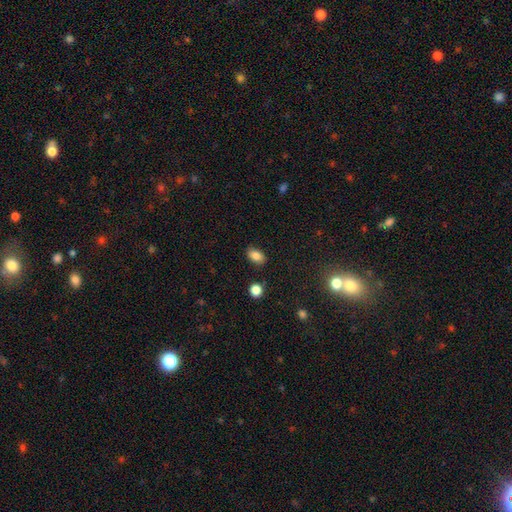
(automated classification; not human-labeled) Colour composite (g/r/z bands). It shows a smooth galaxy with no disk features (84%) that is in between round and cigar-shaped (87%). Merging: none (85%).